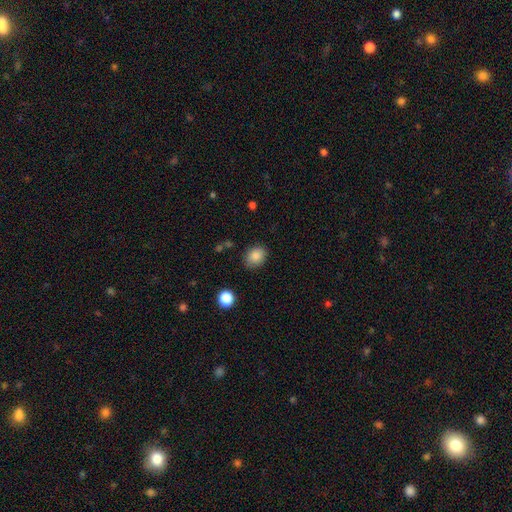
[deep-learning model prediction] smooth 85%, star or artifact 9%, featured or disk 5%. Down the decision tree: how rounded — in between (56%); merging — none (82%).